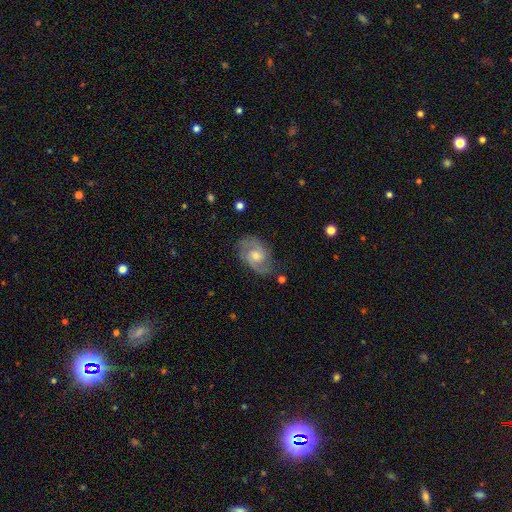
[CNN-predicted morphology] Smooth or featured? Predicted: featured or disk (p=0.79). Edge-on disk? Predicted: no (p=0.97). Bar? Predicted: no (p=0.55). Spiral arms? Predicted: yes (p=0.94). Spiral winding? Predicted: medium (p=0.51). Spiral arm count? Predicted: 2 (p=0.83). Bulge size? Predicted: moderate (p=0.60). Merging? Predicted: none (p=0.74).